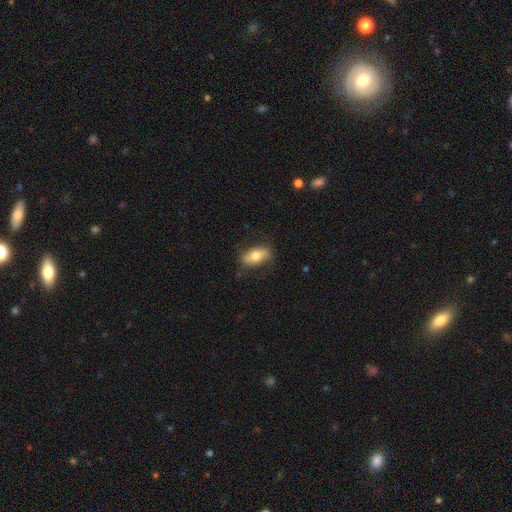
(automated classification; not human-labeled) Smooth or featured? smooth (66%)
How rounded? in between (84%)
Merging? none (78%)